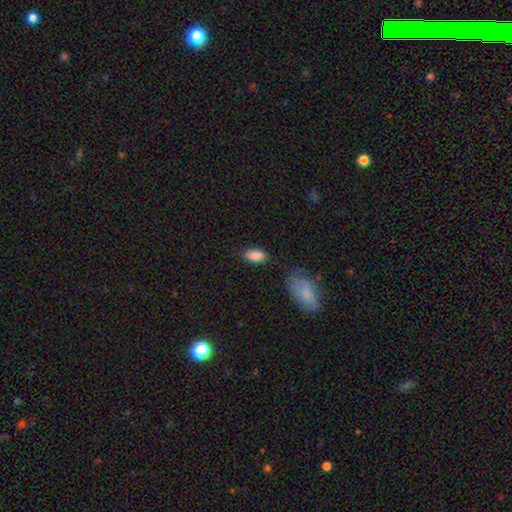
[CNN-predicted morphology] type=smooth (86%); roundness=in between (92%); merging=none (70%).